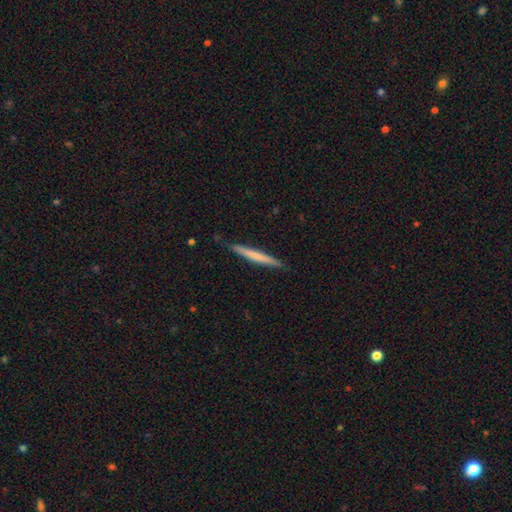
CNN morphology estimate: This appears to be a smooth galaxy with no disk features (57%) that is cigar-shaped (97%). Merging: none (87%).